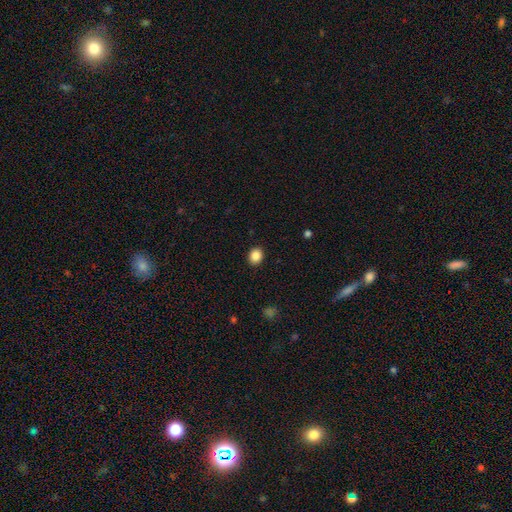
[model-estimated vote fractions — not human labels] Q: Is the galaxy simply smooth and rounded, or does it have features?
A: smooth — 87%.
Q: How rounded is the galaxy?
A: round — 63%.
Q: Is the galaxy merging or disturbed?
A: none — 91%.